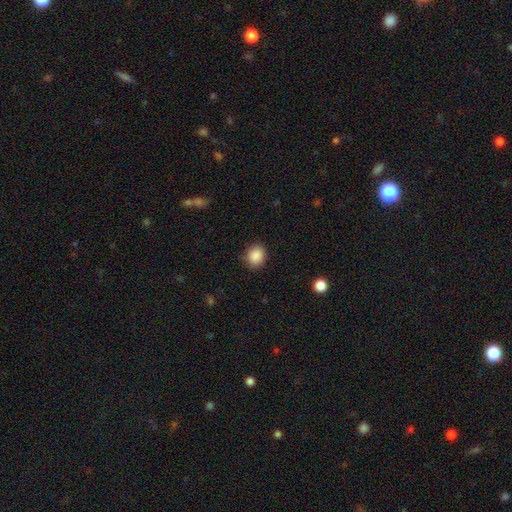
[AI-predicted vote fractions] Smooth or featured: smooth — 88% (star or artifact — 9%)
How rounded: round — 68% (in between — 31%)
Merging: none — 87% (minor disturbance — 9%)